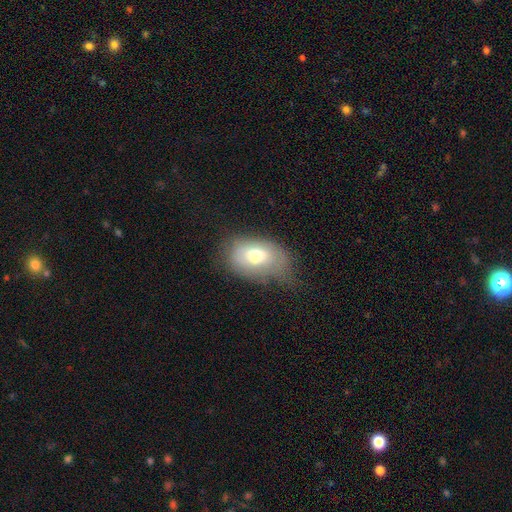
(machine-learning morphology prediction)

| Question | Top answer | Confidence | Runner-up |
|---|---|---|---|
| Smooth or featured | smooth | 68% | featured or disk (23%) |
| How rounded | in between | 83% | round (16%) |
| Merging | none | 42% | minor disturbance (37%) |